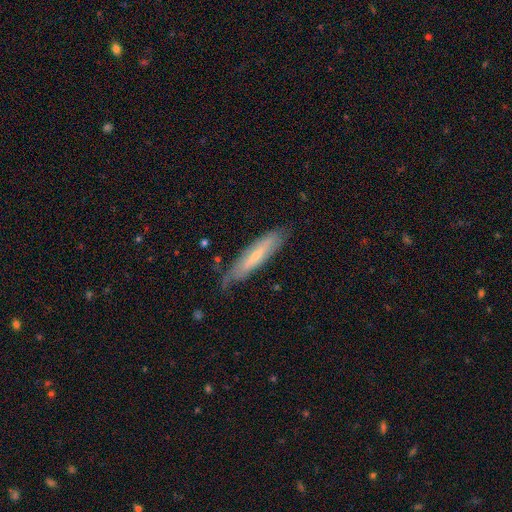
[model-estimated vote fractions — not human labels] Smooth or featured: featured or disk — 51% (smooth — 42%)
Edge-on disk: yes — 58% (no — 42%)
Merging: none — 70% (minor disturbance — 22%)